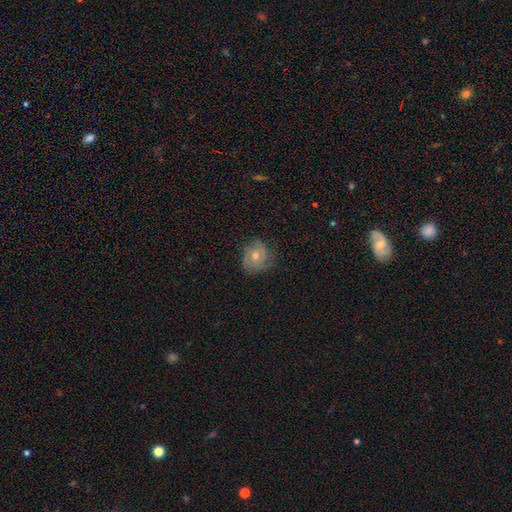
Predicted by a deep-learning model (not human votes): Smooth or featured? Predicted: featured or disk (p=0.59). Edge-on disk? Predicted: no (p=0.97). Bar? Predicted: no (p=0.81). Spiral arms? Predicted: yes (p=0.86). Bulge size? Predicted: moderate (p=0.61). Merging? Predicted: none (p=0.74).